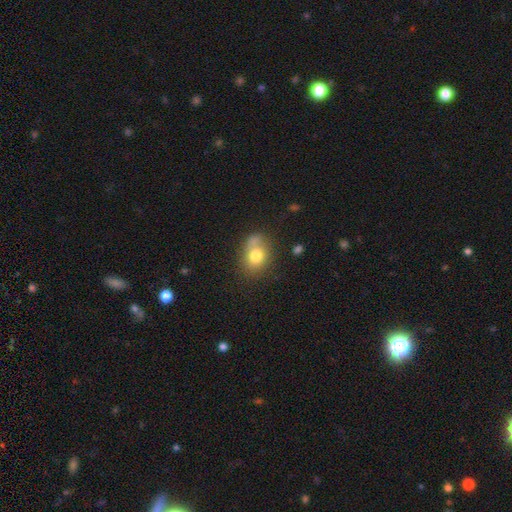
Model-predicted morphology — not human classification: smooth 75%, featured or disk 15%, star or artifact 10%. Down the decision tree: how rounded — in between (61%); merging — none (53%).